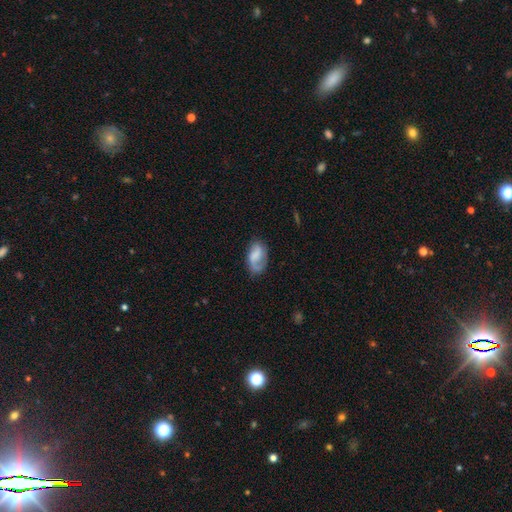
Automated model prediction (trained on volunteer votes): smooth_or_featured: featured or disk (p=0.53) [alt: smooth p=0.40]
disk_edge_on: no (p=0.97) [alt: yes p=0.03]
bar: no (p=0.45) [alt: weak p=0.42]
has_spiral_arms: yes (p=0.87) [alt: no p=0.13]
bulge_size: none (p=0.45) [alt: moderate p=0.19]
merging: none (p=0.62) [alt: minor disturbance p=0.23]